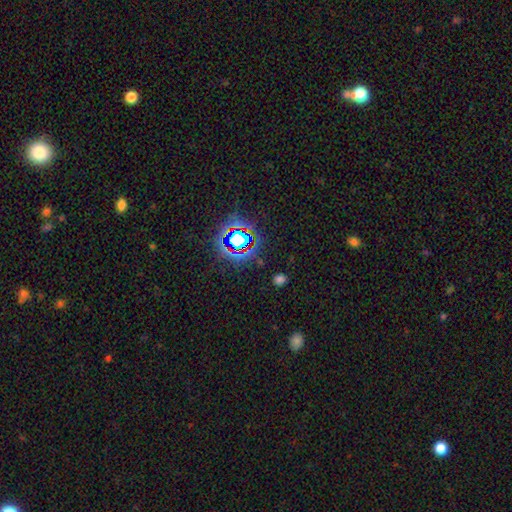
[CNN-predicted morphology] This appears to be a star or artifact, not a galaxy (75%).